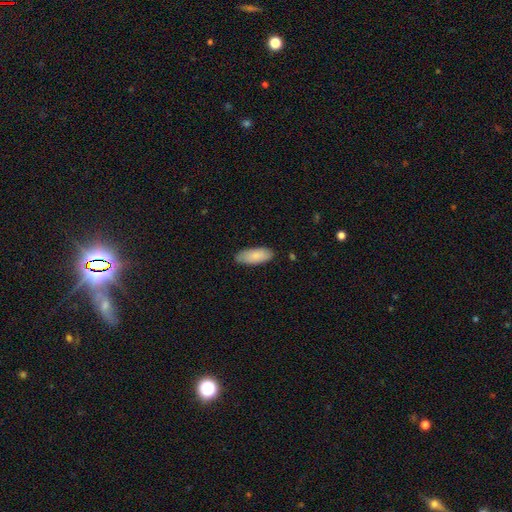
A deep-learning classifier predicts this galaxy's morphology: smooth_or_featured: smooth (p=0.83) [alt: featured or disk p=0.11]
how_rounded: in between (p=0.81) [alt: cigar-shaped p=0.17]
merging: none (p=0.82) [alt: minor disturbance p=0.15]